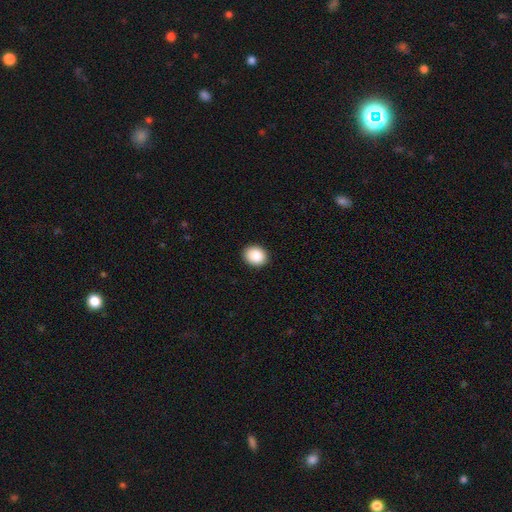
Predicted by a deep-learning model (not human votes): Smooth or featured? smooth (89%)
How rounded? round (54%)
Merging? none (91%)